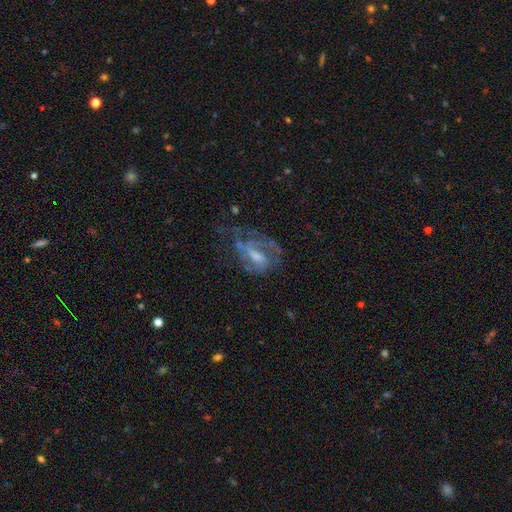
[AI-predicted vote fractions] Smooth or featured: featured or disk — 74% (smooth — 16%)
Edge-on disk: no — 95% (yes — 5%)
Bar: weak — 48% (no — 29%)
Spiral arms: yes — 80% (no — 20%)
Spiral winding: medium — 45% (tight — 31%)
Spiral arm count: 2 — 44% (can't tell — 29%)
Bulge size: moderate — 41% (small — 34%)
Merging: none — 45% (major disturbance — 31%)